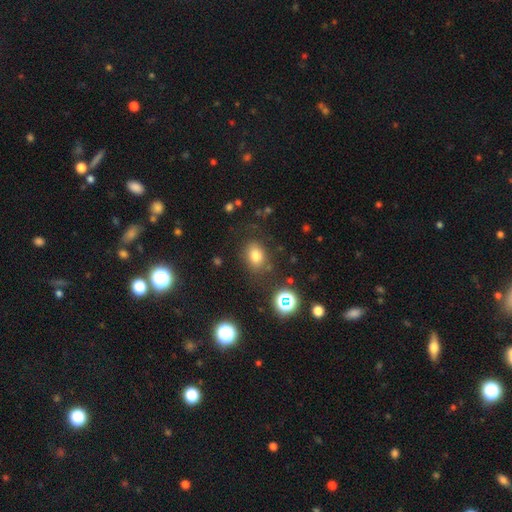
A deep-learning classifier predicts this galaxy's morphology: smooth 74%, star or artifact 17%, featured or disk 10%. Down the decision tree: how rounded — in between (59%); merging — none (77%).